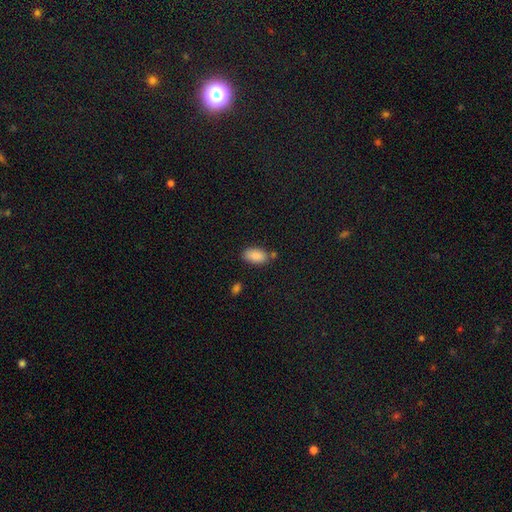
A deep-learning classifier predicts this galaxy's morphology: A smooth galaxy with no disk features (88%) that is in between round and cigar-shaped (93%).

Vote fractions:
- Smooth or featured? smooth: 88% / star or artifact: 7% / featured or disk: 4%
- How rounded? in between: 93% / round: 4% / cigar-shaped: 3%
- Merging? none: 74% / minor disturbance: 14% / merger: 8% / major disturbance: 4%